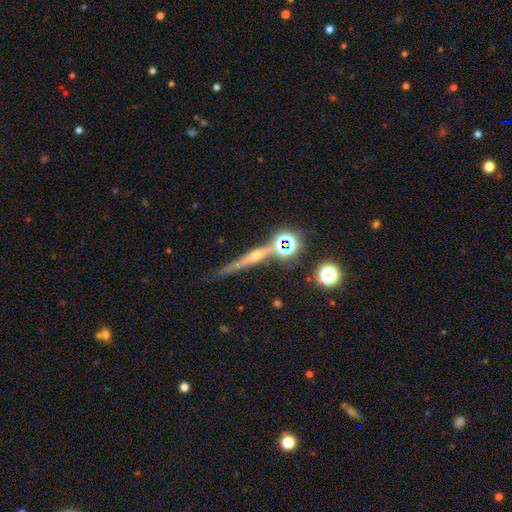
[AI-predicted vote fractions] This appears to be a featured or disk galaxy (55%) viewed edge-on (94%) with a rounded central bulge (76%). Merging: none (76%).